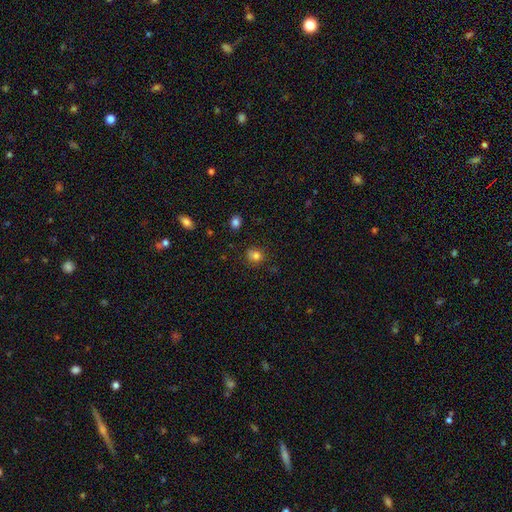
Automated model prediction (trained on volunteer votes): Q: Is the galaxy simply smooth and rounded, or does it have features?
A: smooth — 81%.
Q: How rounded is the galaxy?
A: round — 75%.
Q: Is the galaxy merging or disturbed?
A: none — 78%.